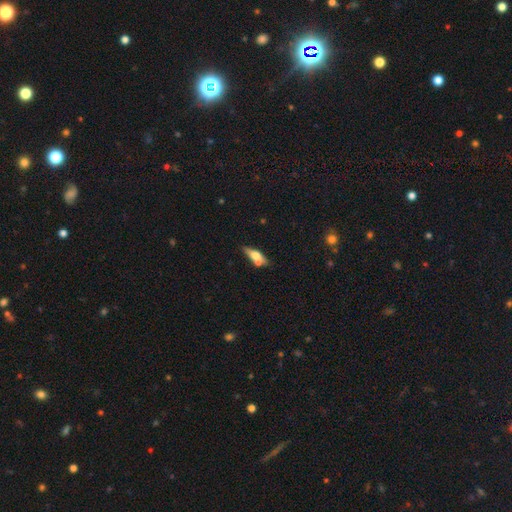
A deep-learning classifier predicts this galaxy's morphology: Smooth or featured? smooth (47%)
Merging? none (56%)